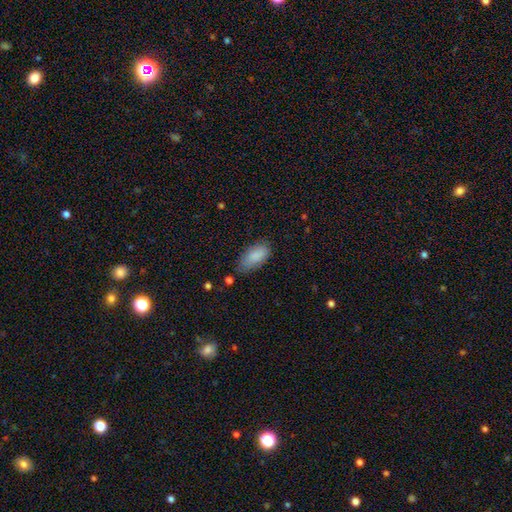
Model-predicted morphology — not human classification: The model was most divided on "merging": none: 69%, minor disturbance: 24%, major disturbance: 5%, merger: 2%. More confident: how rounded — in between (90%); smooth or featured — smooth (87%).